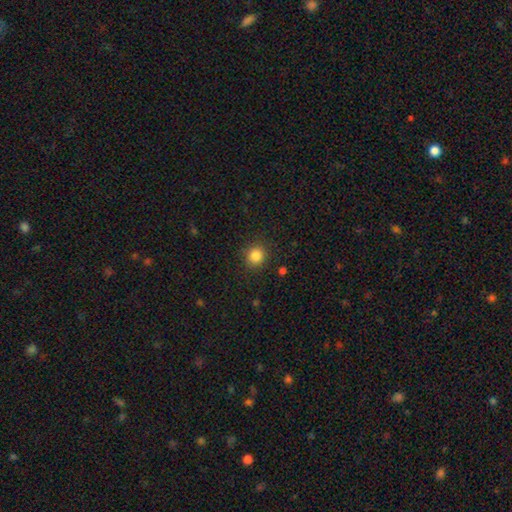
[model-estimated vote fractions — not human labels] This appears to be a smooth galaxy with no disk features (85%) that is round (90%). Merging: none (89%).